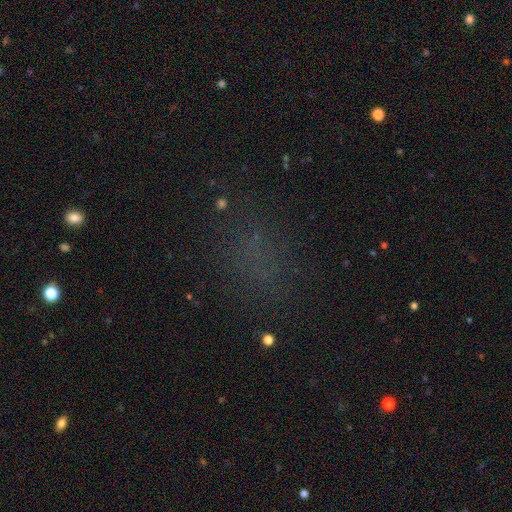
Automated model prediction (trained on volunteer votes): This appears to be a smooth galaxy with no disk features (48%). Merging: none (76%).